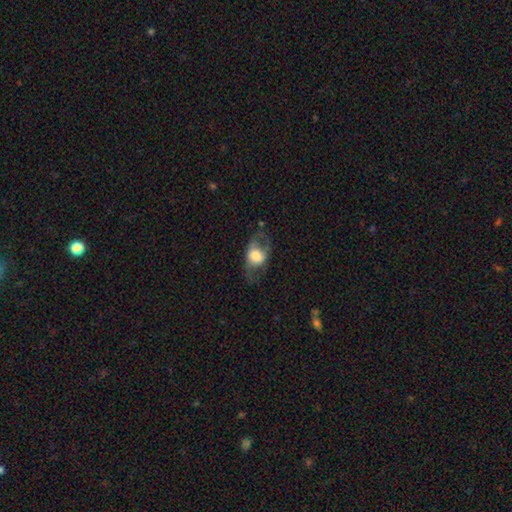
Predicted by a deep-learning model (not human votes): smooth 53%, featured or disk 40%, star or artifact 7%. Down the decision tree: how rounded — in between (70%); merging — none (52%).